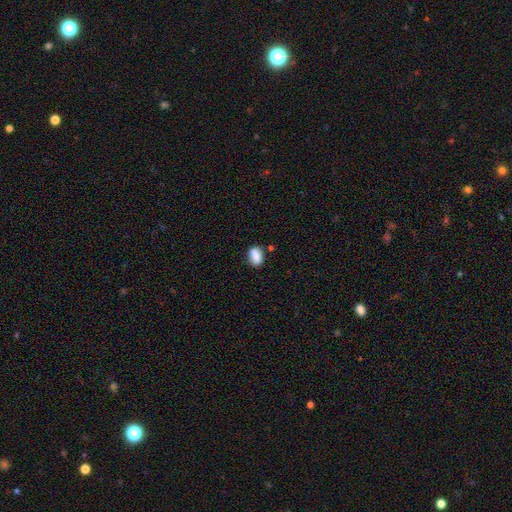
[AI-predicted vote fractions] A smooth galaxy with no disk features (83%) that is in between round and cigar-shaped (77%). Merging: none (66%).